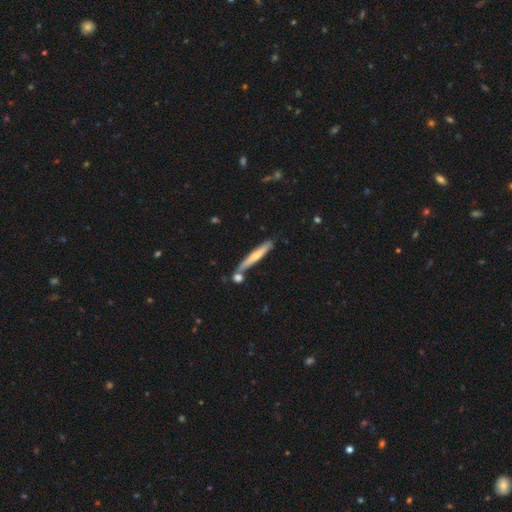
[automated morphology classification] smooth_or_featured: smooth (p=0.50) [alt: featured or disk p=0.44]
how_rounded: cigar-shaped (p=0.94) [alt: in between p=0.05]
merging: none (p=0.70) [alt: merger p=0.14]